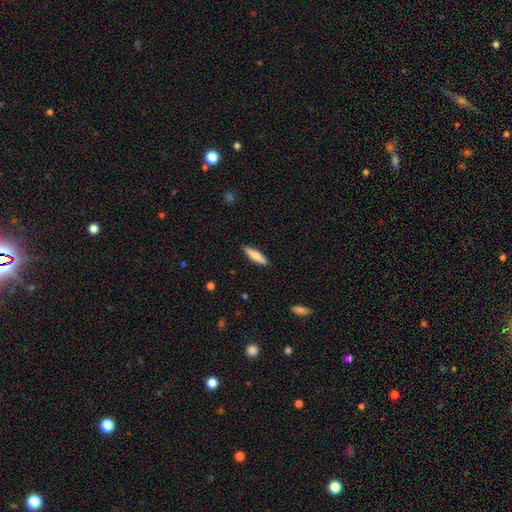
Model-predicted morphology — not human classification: smooth 73%, featured or disk 22%, star or artifact 6%. Down the decision tree: how rounded — cigar-shaped (74%); merging — none (89%).